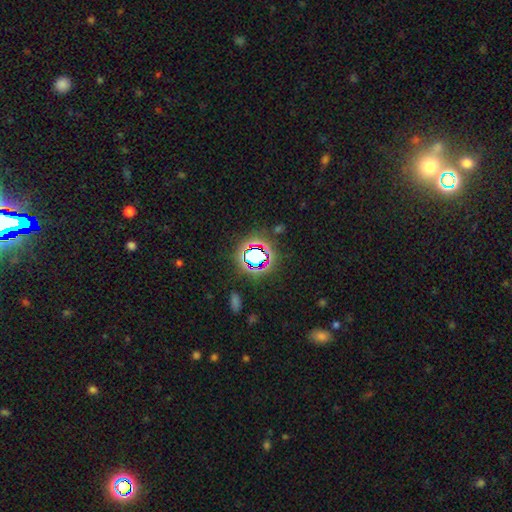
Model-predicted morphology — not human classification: Q: Smooth or featured?
A: star or artifact (69%); runner-up: smooth (20%)